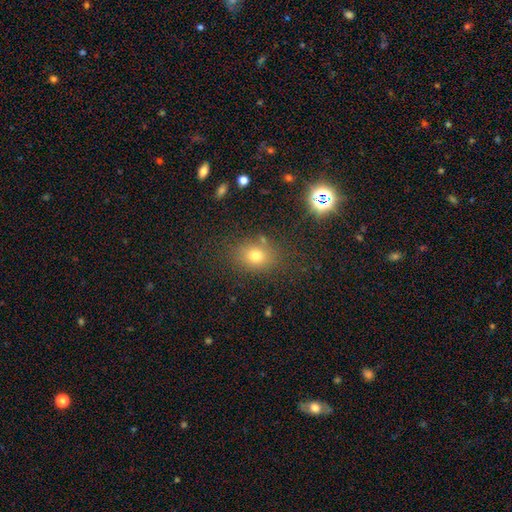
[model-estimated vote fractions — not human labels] A smooth galaxy with no disk features (72%) that is in between round and cigar-shaped (51%). Merging: none (77%).